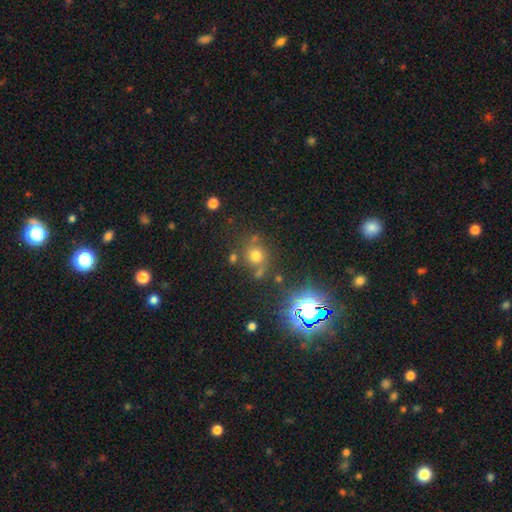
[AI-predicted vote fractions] This is likely a smooth galaxy (64%). How rounded: clearly round (84%). Merging: likely none (68%).